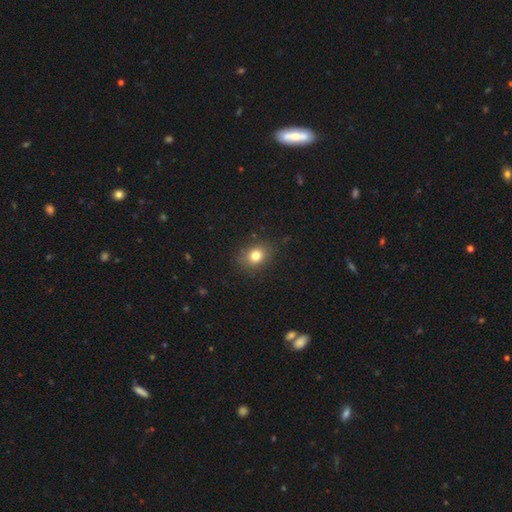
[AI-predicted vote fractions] This appears to be a smooth galaxy with no disk features (80%) that is round (54%). Merging: none (84%).